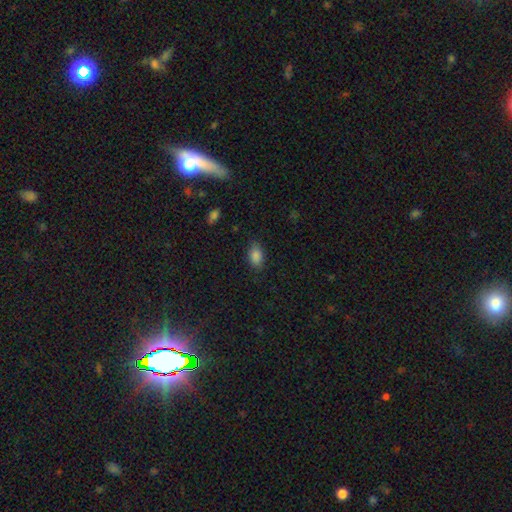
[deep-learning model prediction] smooth-or-featured: smooth: 86% | star or artifact: 9% | featured or disk: 5%
  how-rounded: in between: 90% | round: 8% | cigar-shaped: 2%
  merging: none: 84% | minor disturbance: 12% | major disturbance: 3% | merger: 1%